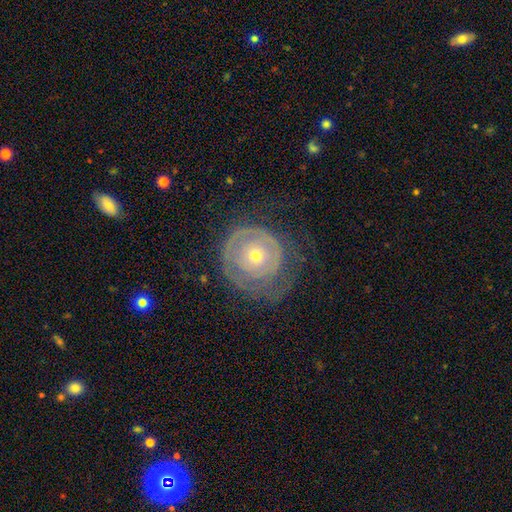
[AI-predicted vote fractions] A featured or disk galaxy (71%) with no bar (86%), spiral arms (70%) and a small central bulge (59%). Merging: none (60%).